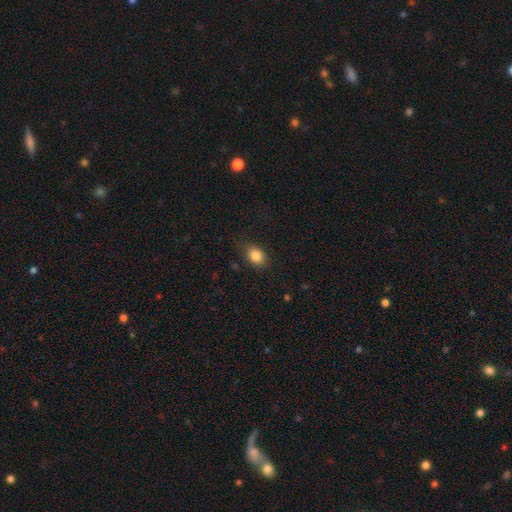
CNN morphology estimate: Q: Smooth or featured?
A: smooth (85%); runner-up: star or artifact (9%)
Q: How rounded?
A: in between (72%); runner-up: round (27%)
Q: Merging?
A: none (83%); runner-up: minor disturbance (13%)